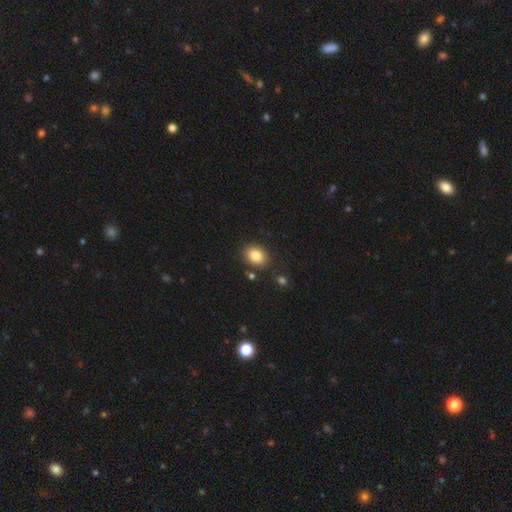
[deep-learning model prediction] smooth-or-featured: smooth: 84% | star or artifact: 9% | featured or disk: 7%
  how-rounded: in between: 59% | round: 40% | cigar-shaped: 1%
  merging: none: 84% | minor disturbance: 9% | merger: 4% | major disturbance: 3%